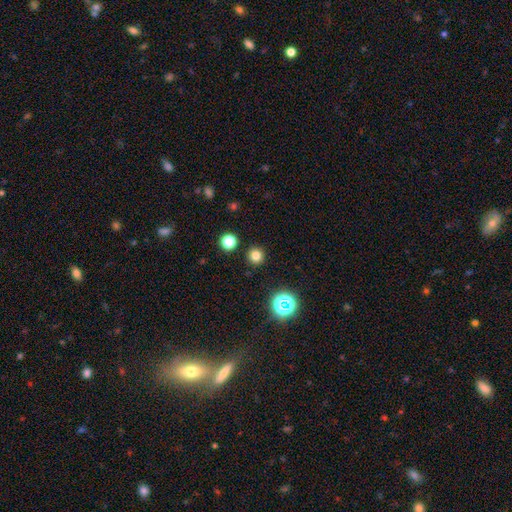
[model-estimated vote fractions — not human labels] A smooth galaxy with no disk features (77%) that is round (95%). Merging: none (91%).